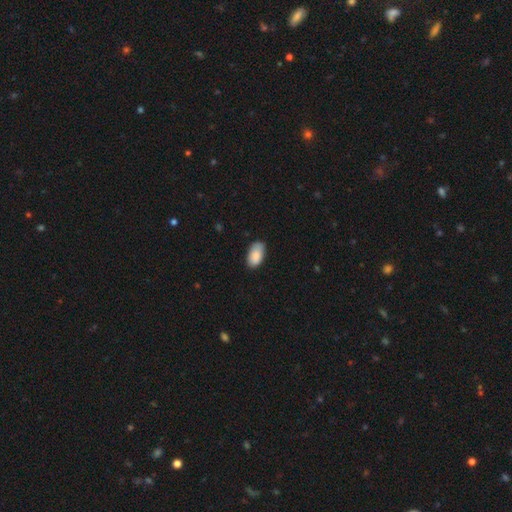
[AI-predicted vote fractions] Q: Smooth or featured?
A: smooth (88%); runner-up: star or artifact (6%)
Q: How rounded?
A: in between (95%); runner-up: round (3%)
Q: Merging?
A: none (79%); runner-up: minor disturbance (17%)